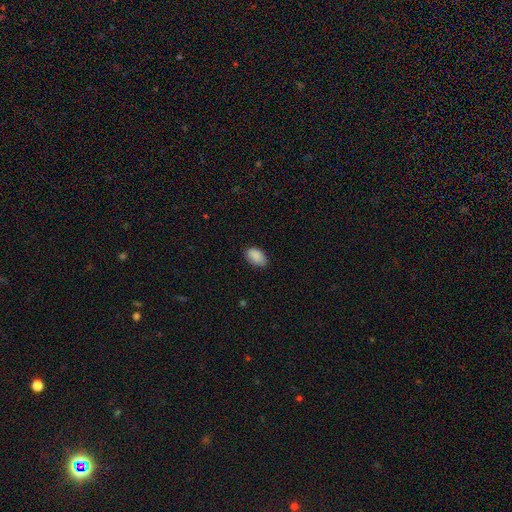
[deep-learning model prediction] A smooth galaxy with no disk features (89%) that is in between round and cigar-shaped (92%).

Vote fractions:
- Smooth or featured? smooth: 89% / star or artifact: 7% / featured or disk: 4%
- How rounded? in between: 92% / round: 7% / cigar-shaped: 1%
- Merging? none: 81% / minor disturbance: 16% / major disturbance: 3% / merger: 1%